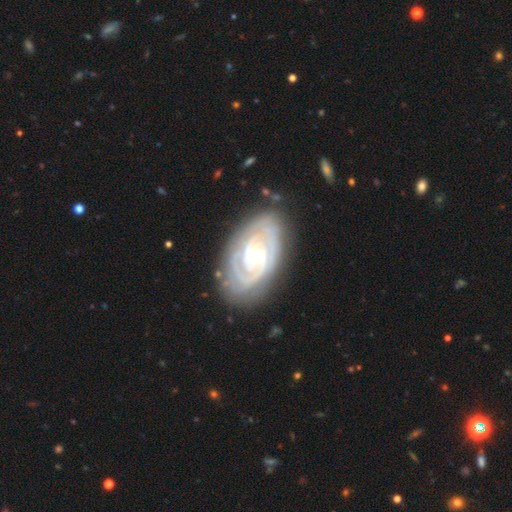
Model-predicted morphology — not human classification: A featured or disk galaxy (89%) with no bar (67%), 2 (49%) tight (80%) spiral arms (96%) and a small central bulge (61%). Merging: none (79%).